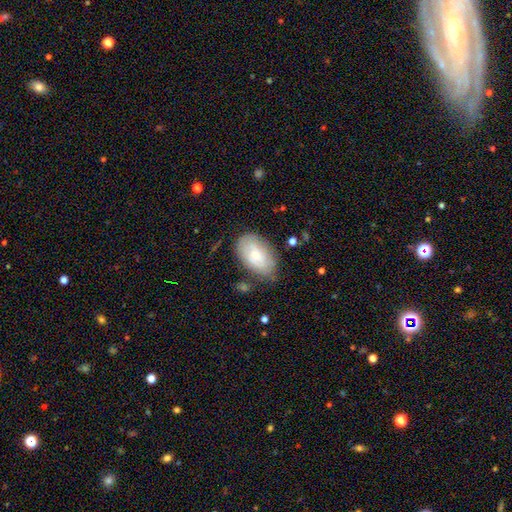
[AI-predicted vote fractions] A smooth galaxy with no disk features (57%) that is in between round and cigar-shaped (90%).

Vote fractions:
- Smooth or featured? smooth: 57% / featured or disk: 36% / star or artifact: 7%
- How rounded? in between: 90% / round: 8% / cigar-shaped: 2%
- Merging? none: 66% / minor disturbance: 23% / major disturbance: 7% / merger: 3%